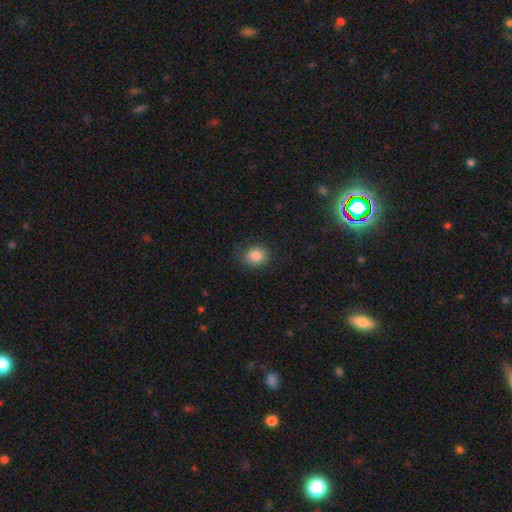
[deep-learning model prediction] Smooth or featured? smooth (85%)
How rounded? round (74%)
Merging? none (82%)